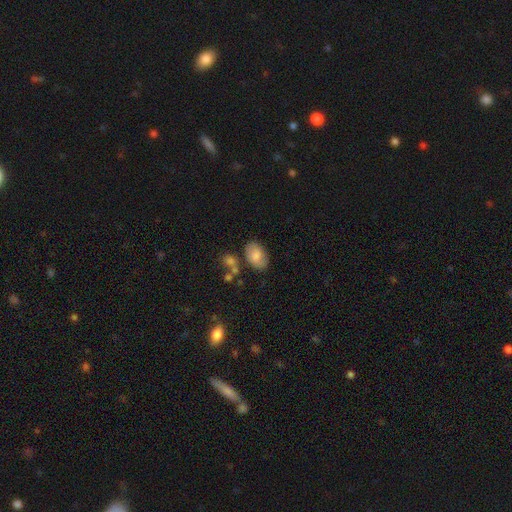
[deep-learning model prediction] Morphology: type=smooth (72%); roundness=in between (87%); merging=none (67%).